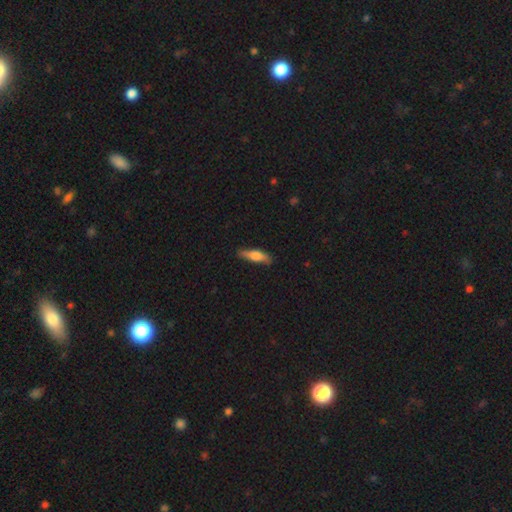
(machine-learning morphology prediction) smooth-or-featured: smooth: 63% | featured or disk: 32% | star or artifact: 6%
  how-rounded: cigar-shaped: 65% | in between: 33% | round: 2%
  merging: none: 81% | minor disturbance: 15% | major disturbance: 2% | merger: 1%